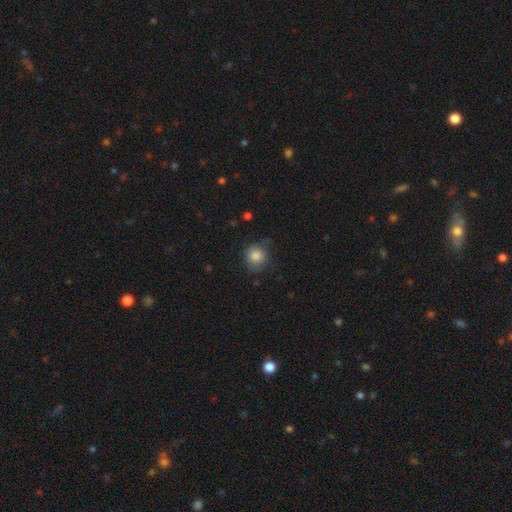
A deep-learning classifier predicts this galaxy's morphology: smooth 84%, star or artifact 9%, featured or disk 7%. Down the decision tree: how rounded — round (86%); merging — none (66%).